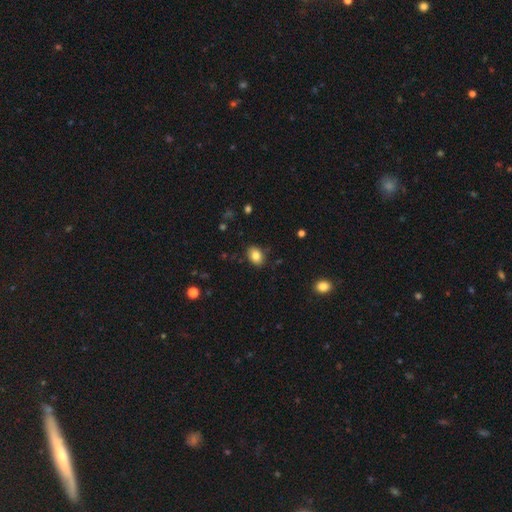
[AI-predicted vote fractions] Smooth or featured? Predicted: smooth (p=0.84). How rounded? Predicted: in between (p=0.76). Merging? Predicted: none (p=0.85).